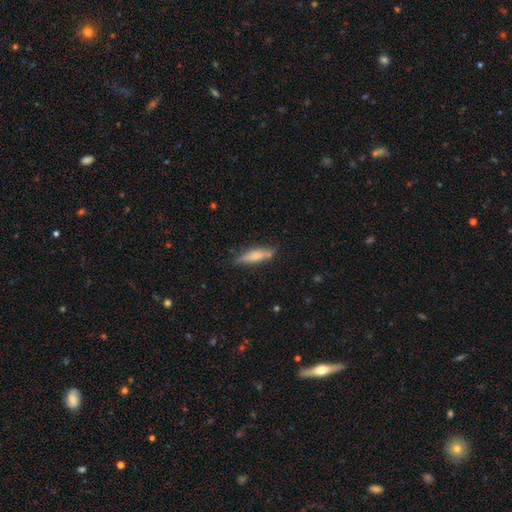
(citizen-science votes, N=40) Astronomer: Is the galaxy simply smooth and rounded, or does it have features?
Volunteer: smooth — 72%.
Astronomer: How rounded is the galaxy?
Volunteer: cigar-shaped — 69%.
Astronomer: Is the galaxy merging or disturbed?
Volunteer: none — 86%.